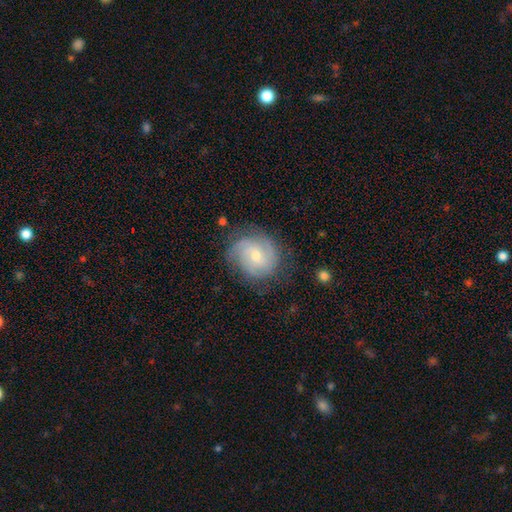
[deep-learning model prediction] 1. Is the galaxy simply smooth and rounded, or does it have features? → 75% featured or disk, 19% smooth, 7% star or artifact.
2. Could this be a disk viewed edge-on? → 98% no, 2% yes.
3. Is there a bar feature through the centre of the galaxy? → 57% no, 37% weak, 6% strong.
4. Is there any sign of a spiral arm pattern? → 94% yes, 6% no.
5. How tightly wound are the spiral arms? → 57% tight, 34% medium, 9% loose.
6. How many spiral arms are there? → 31% 3, 26% can't tell, 26% 2, 9% 4, 5% 1, 4% more than 4.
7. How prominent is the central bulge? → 56% small, 40% moderate, 2% large, 1% none, 1% dominant.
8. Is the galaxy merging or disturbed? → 74% none, 18% minor disturbance, 7% major disturbance, 1% merger.